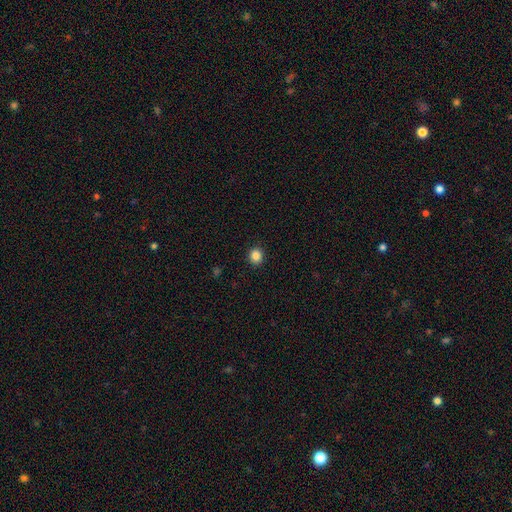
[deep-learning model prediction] Smooth or featured? Predicted: smooth (p=0.85). How rounded? Predicted: round (p=0.87). Merging? Predicted: none (p=0.92).